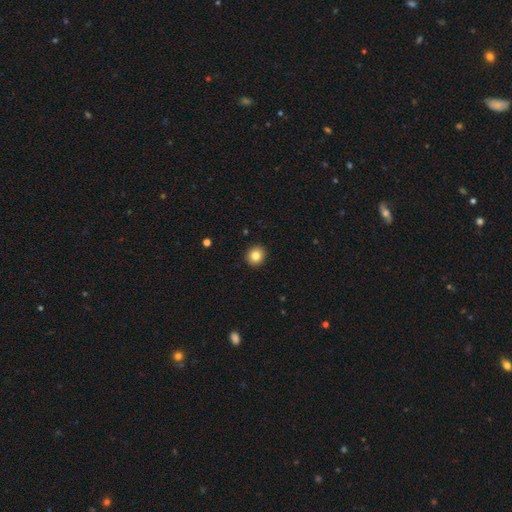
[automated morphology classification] A smooth galaxy with no disk features (82%) that is round (87%).

Vote fractions:
- Smooth or featured? smooth: 82% / star or artifact: 10% / featured or disk: 8%
- How rounded? round: 87% / in between: 12% / cigar-shaped: 1%
- Merging? none: 93% / minor disturbance: 5% / major disturbance: 1% / merger: 1%